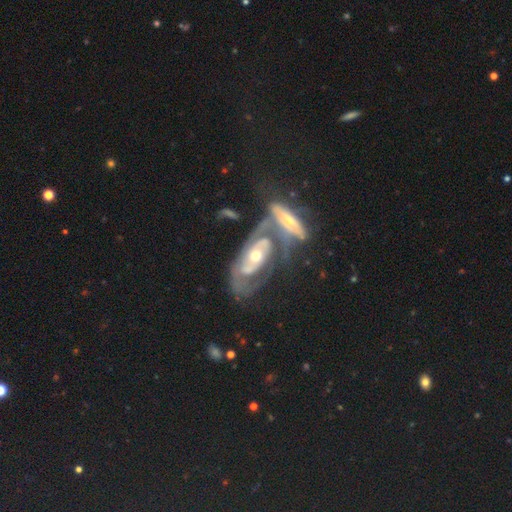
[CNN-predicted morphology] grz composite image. It shows a featured or disk galaxy (80%) with no bar (72%), 2 (54%) tight (50%) spiral arms (79%) and a moderate central bulge (68%). Merging: merger (53%).